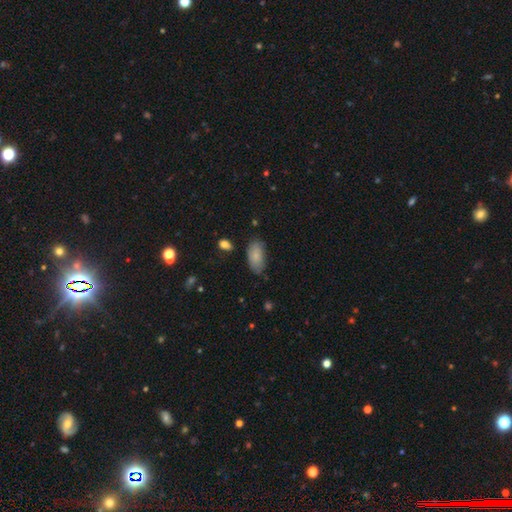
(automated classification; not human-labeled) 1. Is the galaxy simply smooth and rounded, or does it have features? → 83% smooth, 10% featured or disk, 7% star or artifact.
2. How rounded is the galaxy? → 94% in between, 3% cigar-shaped, 3% round.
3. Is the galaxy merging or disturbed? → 72% none, 21% minor disturbance, 4% major disturbance, 2% merger.